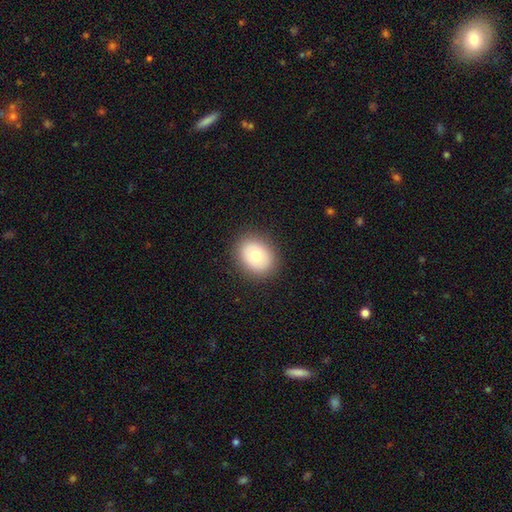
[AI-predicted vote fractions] Smooth or featured: smooth — 75% (featured or disk — 17%)
How rounded: round — 54% (in between — 46%)
Merging: none — 88% (minor disturbance — 8%)